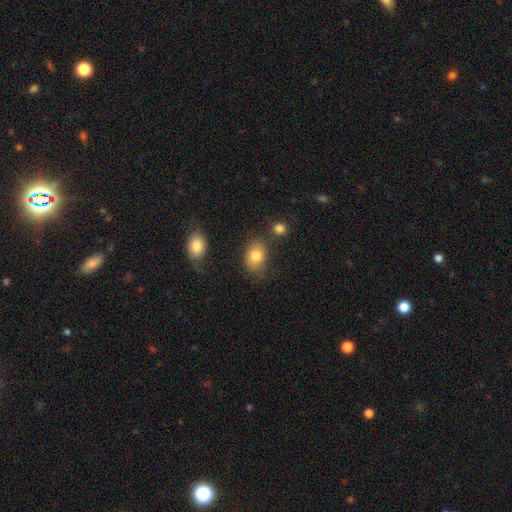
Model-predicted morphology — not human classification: Q: Smooth or featured?
A: smooth (81%); runner-up: featured or disk (10%)
Q: How rounded?
A: in between (69%); runner-up: round (30%)
Q: Merging?
A: none (62%); runner-up: minor disturbance (22%)